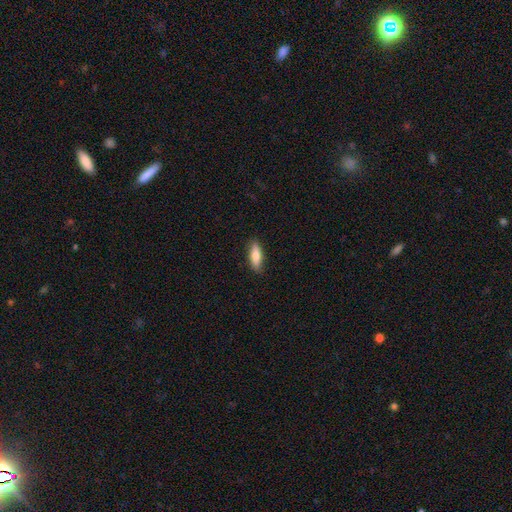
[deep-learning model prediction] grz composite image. It shows a smooth galaxy with no disk features (77%) that is in between round and cigar-shaped (60%). Merging: none (86%).